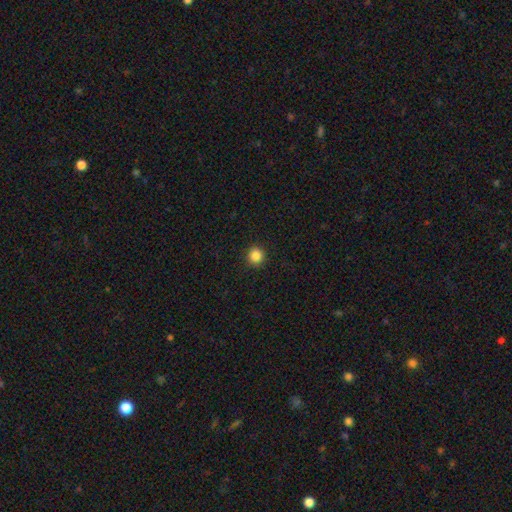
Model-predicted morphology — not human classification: A smooth galaxy with no disk features (85%) that is round (93%). Merging: none (92%).